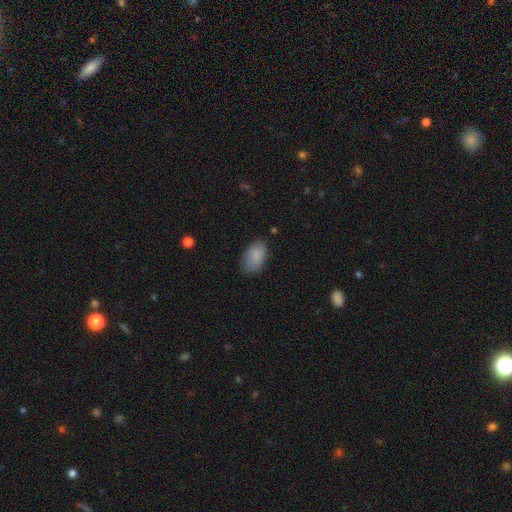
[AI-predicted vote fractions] A smooth galaxy with no disk features (87%) that is in between round and cigar-shaped (92%).

Vote fractions:
- Smooth or featured? smooth: 87% / star or artifact: 7% / featured or disk: 6%
- How rounded? in between: 92% / round: 6% / cigar-shaped: 1%
- Merging? none: 78% / minor disturbance: 17% / major disturbance: 4% / merger: 1%